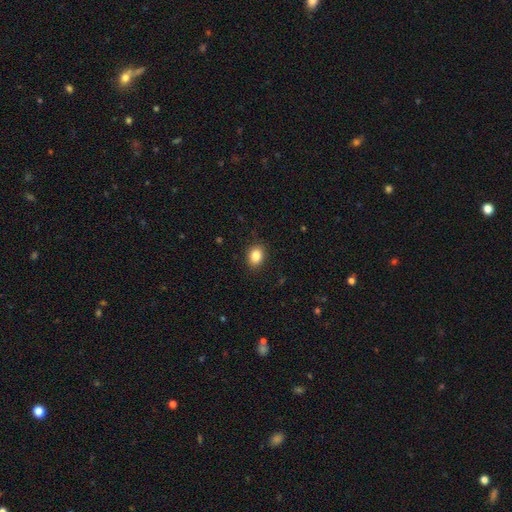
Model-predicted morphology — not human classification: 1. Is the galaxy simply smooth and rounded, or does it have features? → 85% smooth, 9% star or artifact, 5% featured or disk.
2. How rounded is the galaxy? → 61% in between, 38% round, 1% cigar-shaped.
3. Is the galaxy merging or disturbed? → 89% none, 8% minor disturbance, 2% major disturbance, 1% merger.